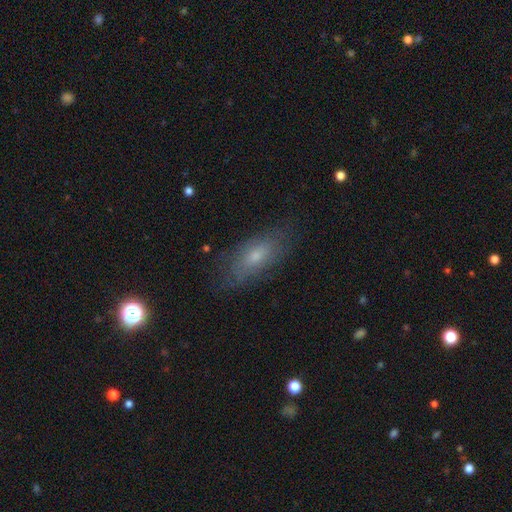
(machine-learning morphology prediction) A smooth galaxy with no disk features (55%) that is in between round and cigar-shaped (77%).

Vote fractions:
- Smooth or featured? smooth: 55% / featured or disk: 34% / star or artifact: 10%
- How rounded? in between: 77% / cigar-shaped: 19% / round: 4%
- Merging? none: 76% / minor disturbance: 17% / major disturbance: 6% / merger: 1%